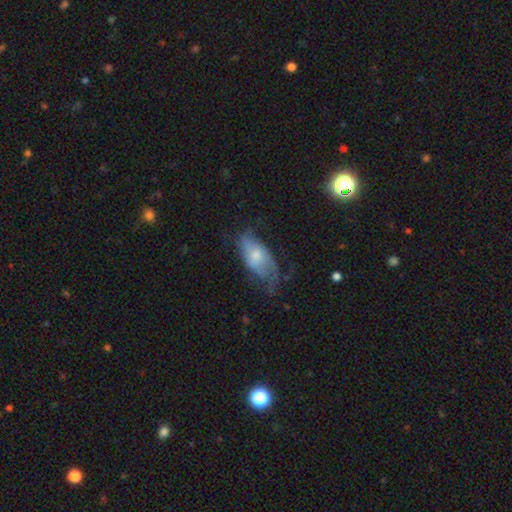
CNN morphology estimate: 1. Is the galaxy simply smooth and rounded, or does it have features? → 47% smooth, 46% featured or disk, 7% star or artifact.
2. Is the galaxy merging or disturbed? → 36% none, 32% minor disturbance, 30% major disturbance, 2% merger.